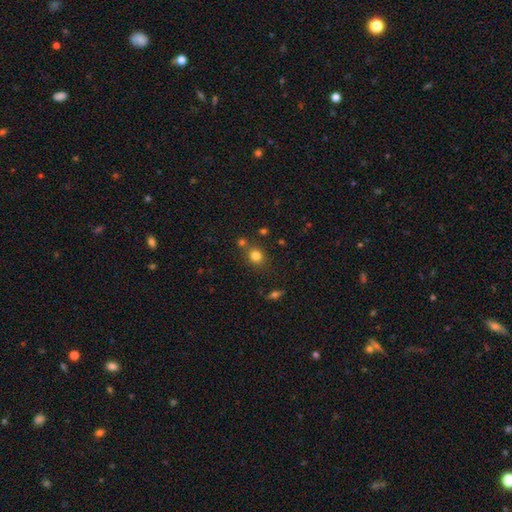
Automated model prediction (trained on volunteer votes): The model was most divided on "how rounded": round: 75%, in between: 24%, cigar-shaped: 1%. More confident: smooth or featured — smooth (80%); merging — none (71%).